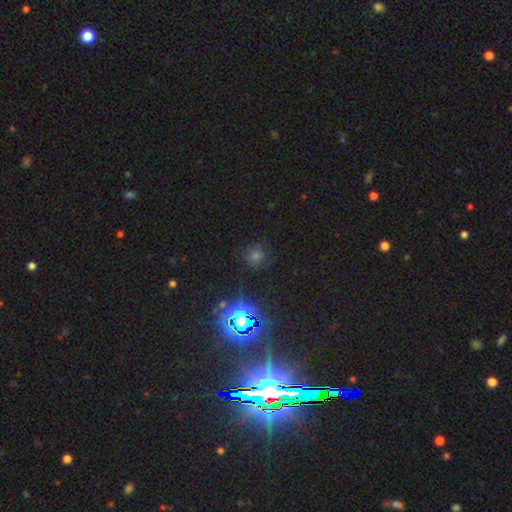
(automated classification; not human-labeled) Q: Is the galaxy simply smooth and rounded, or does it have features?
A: star or artifact — 48%.